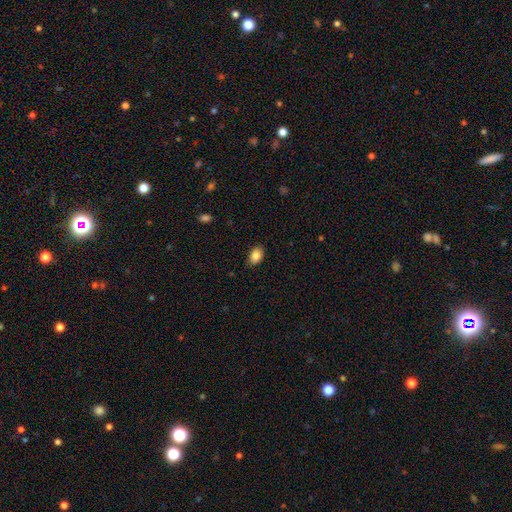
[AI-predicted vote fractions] Morphology: type=smooth (86%); roundness=in between (82%); merging=none (84%).